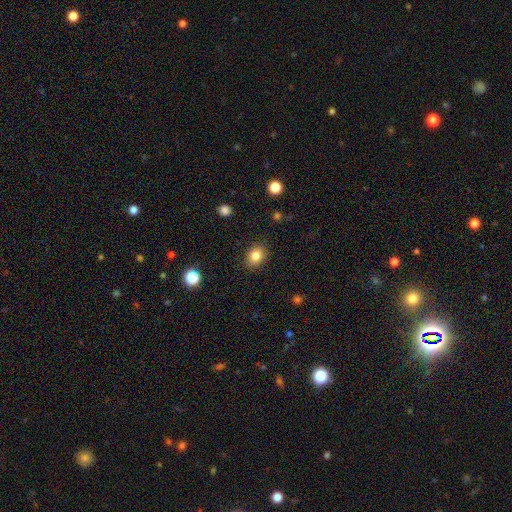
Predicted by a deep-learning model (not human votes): Overall: smooth (82%). How rounded: round (54%; in between 45%). Merging: none (87%).